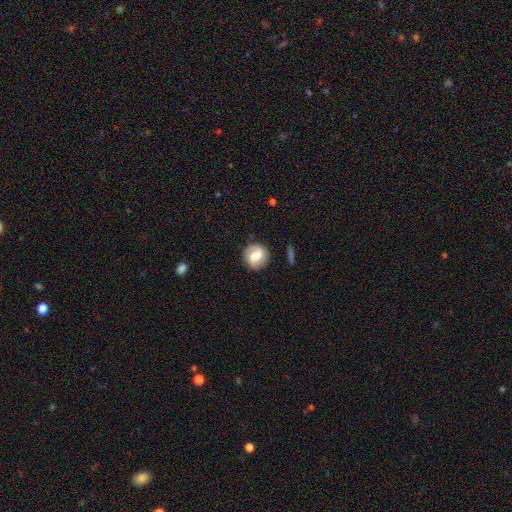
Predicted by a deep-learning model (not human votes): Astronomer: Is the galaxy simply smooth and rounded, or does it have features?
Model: smooth — 62%.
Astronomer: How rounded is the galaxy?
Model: round — 76%.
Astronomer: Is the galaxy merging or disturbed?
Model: none — 80%.